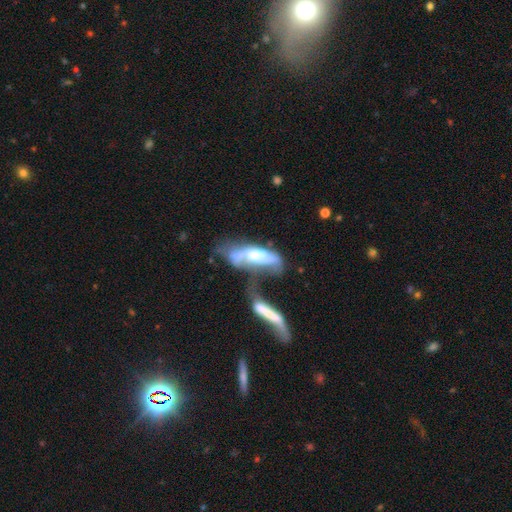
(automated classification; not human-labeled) smooth_or_featured: featured or disk (p=0.54) [alt: smooth p=0.38]
disk_edge_on: no (p=0.71) [alt: yes p=0.29]
merging: merger (p=0.55) [alt: major disturbance p=0.25]